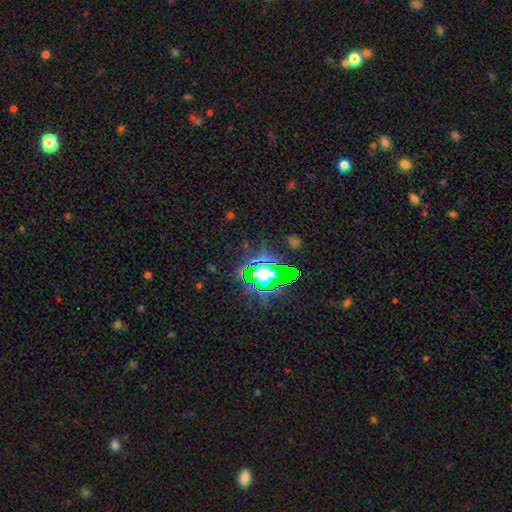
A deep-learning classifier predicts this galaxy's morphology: This is clearly a star or artifact rather than a galaxy (81%).